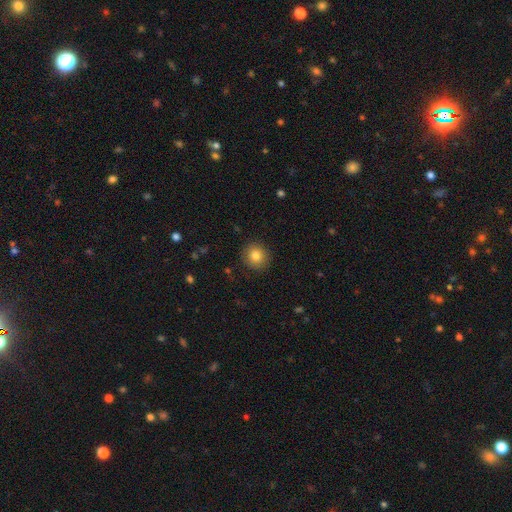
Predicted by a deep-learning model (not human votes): A smooth galaxy with no disk features (82%) that is round (91%). Merging: none (90%).